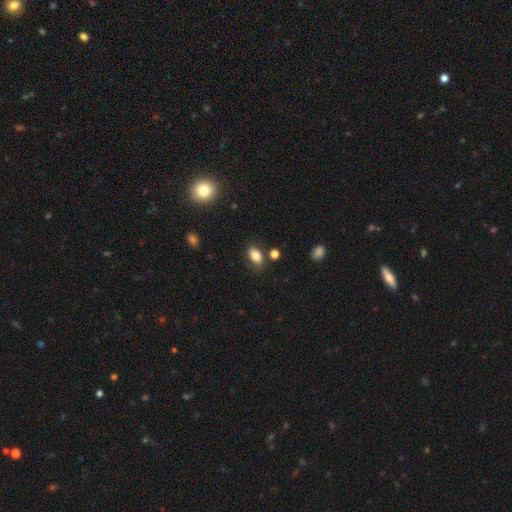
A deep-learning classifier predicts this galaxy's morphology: Smooth or featured? Predicted: smooth (p=0.83). How rounded? Predicted: in between (p=0.88). Merging? Predicted: none (p=0.75).